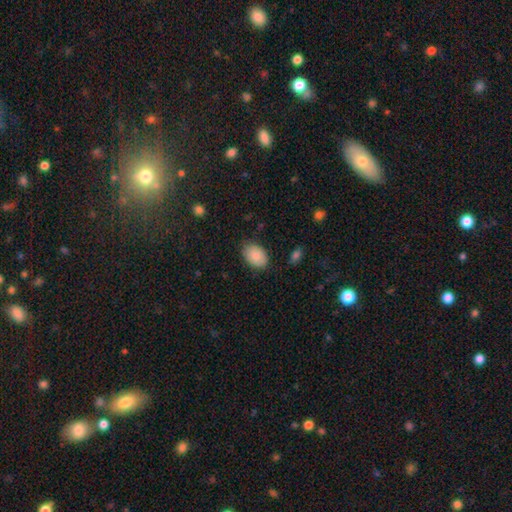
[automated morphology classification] The model was most divided on "merging": none: 80%, minor disturbance: 15%, major disturbance: 3%, merger: 1%. More confident: smooth or featured — smooth (86%); how rounded — in between (84%).